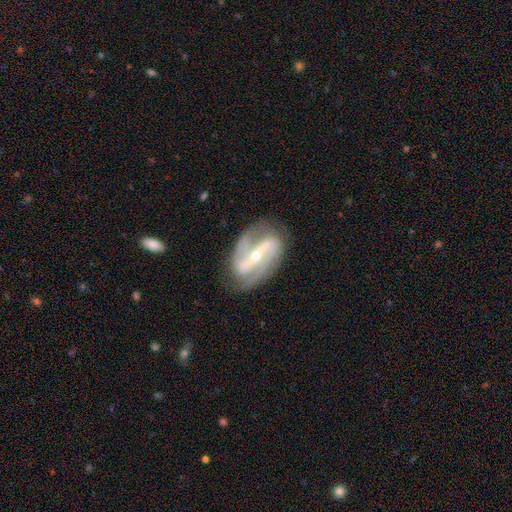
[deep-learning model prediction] This appears to be a featured or disk galaxy (90%) with a strong bar (73%), 2 (87%) medium (47%) spiral arms (96%) and a small central bulge (63%). Merging: none (78%).